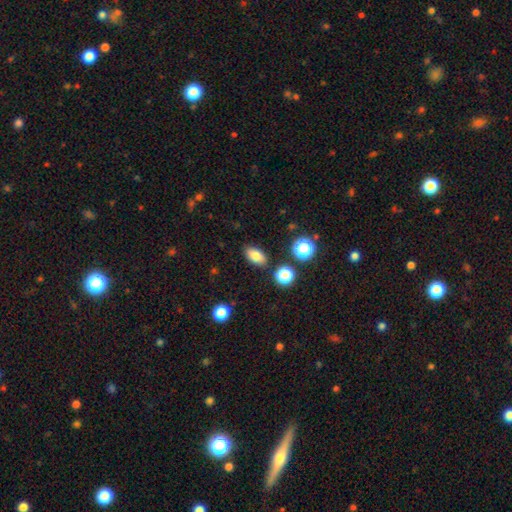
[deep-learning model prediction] Smooth or featured: smooth — 80% (star or artifact — 11%)
How rounded: in between — 87% (round — 9%)
Merging: none — 84% (minor disturbance — 10%)